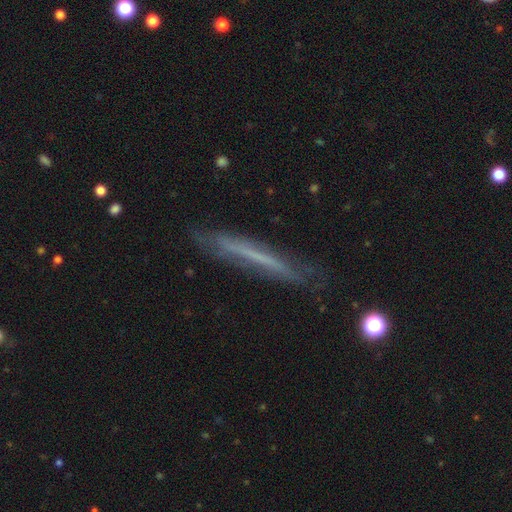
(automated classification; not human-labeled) This is possibly a featured or disk galaxy (50%). Merging: likely none (77%).